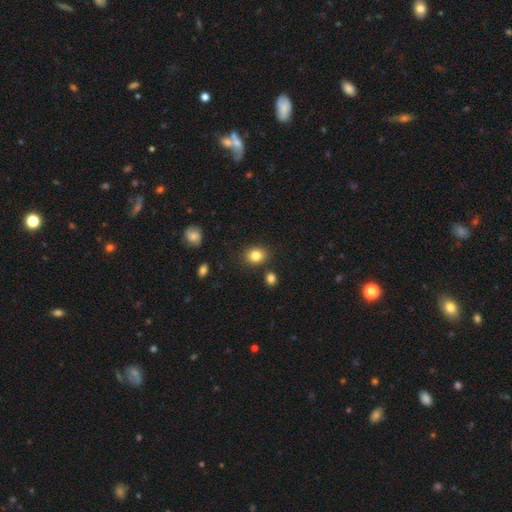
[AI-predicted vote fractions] Q: Smooth or featured?
A: smooth (83%); runner-up: star or artifact (10%)
Q: How rounded?
A: round (58%); runner-up: in between (41%)
Q: Merging?
A: none (84%); runner-up: minor disturbance (9%)